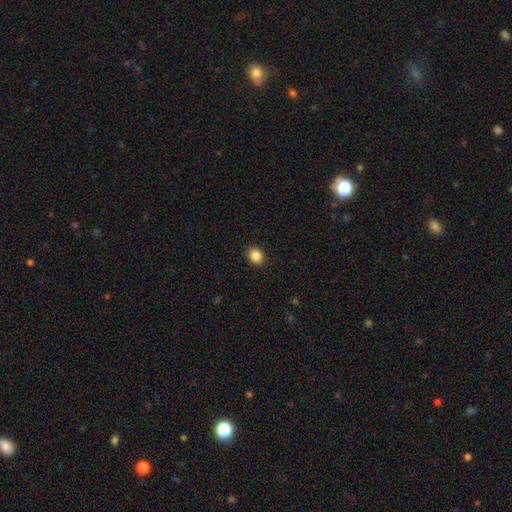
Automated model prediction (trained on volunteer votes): Smooth or featured?
  - smooth: 86% *
  - star or artifact: 10%
  - featured or disk: 4%
How rounded?
  - round: 58% *
  - in between: 41%
  - cigar-shaped: 1%
Merging?
  - none: 90% *
  - minor disturbance: 7%
  - major disturbance: 2%
  - merger: 1%